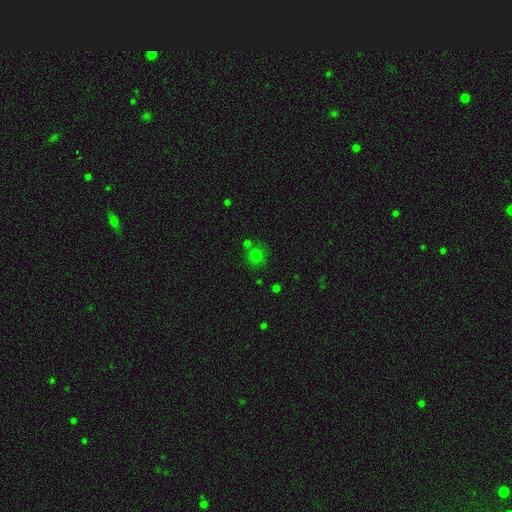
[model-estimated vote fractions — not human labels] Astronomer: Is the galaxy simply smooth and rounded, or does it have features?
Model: smooth — 72%.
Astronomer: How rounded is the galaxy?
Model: round — 87%.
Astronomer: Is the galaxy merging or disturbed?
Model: none — 70%.